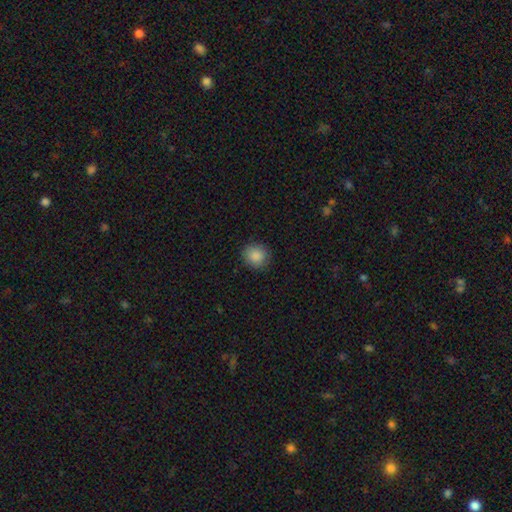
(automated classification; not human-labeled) Smooth or featured? smooth (88%)
How rounded? round (87%)
Merging? none (88%)